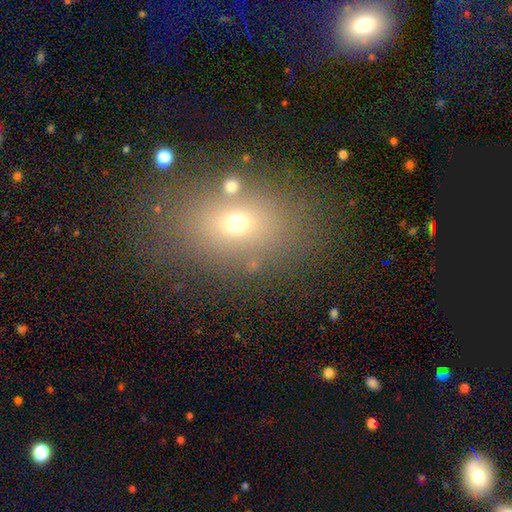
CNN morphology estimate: Smooth or featured?
  - smooth: 60% *
  - star or artifact: 25%
  - featured or disk: 15%
How rounded?
  - in between: 70% *
  - round: 27%
  - cigar-shaped: 2%
Merging?
  - none: 78% *
  - minor disturbance: 10%
  - merger: 6%
  - major disturbance: 6%